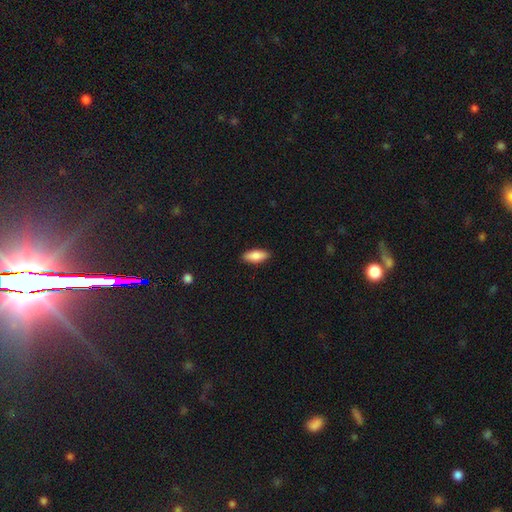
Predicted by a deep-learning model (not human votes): The model was most divided on "how rounded": in between: 83%, cigar-shaped: 15%, round: 2%. More confident: merging — none (89%); smooth or featured — smooth (86%).